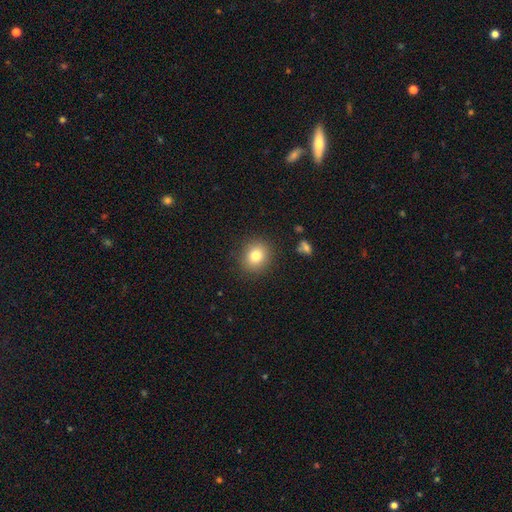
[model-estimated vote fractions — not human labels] The model was most divided on "how rounded": round: 79%, in between: 20%, cigar-shaped: 1%. More confident: merging — none (88%); smooth or featured — smooth (80%).